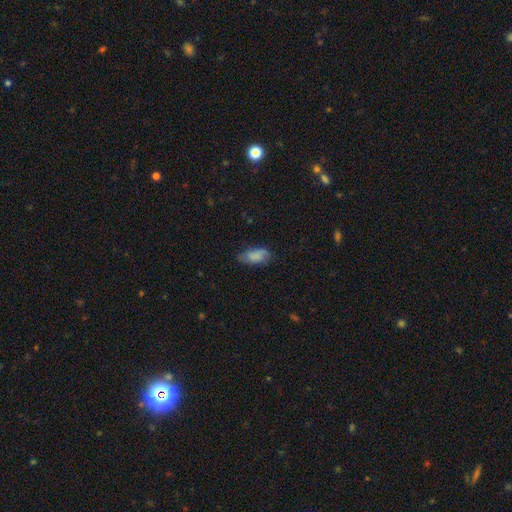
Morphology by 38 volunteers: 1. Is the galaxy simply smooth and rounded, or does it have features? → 74% smooth, 21% featured or disk, 5% star or artifact.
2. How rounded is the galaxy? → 96% in between, 4% cigar-shaped, 0% round.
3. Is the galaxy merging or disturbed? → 61% none, 33% minor disturbance, 6% major disturbance, 0% merger.